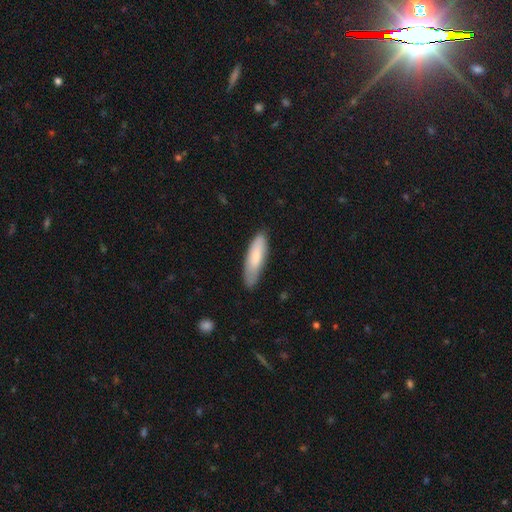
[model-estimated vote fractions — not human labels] The model was most divided on "how rounded": cigar-shaped: 61%, in between: 37%, round: 1%. More confident: merging — none (78%); smooth or featured — smooth (78%).